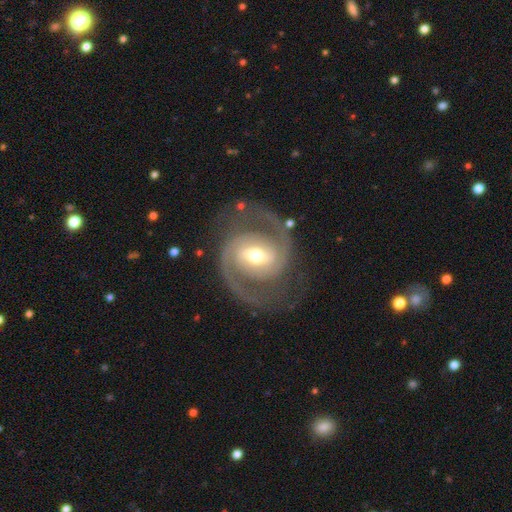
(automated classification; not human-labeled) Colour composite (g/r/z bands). It shows a featured or disk galaxy (92%) with a weak bar (43%), 2 (93%) medium (57%) spiral arms (98%) and a moderate central bulge (58%). Merging: none (80%).